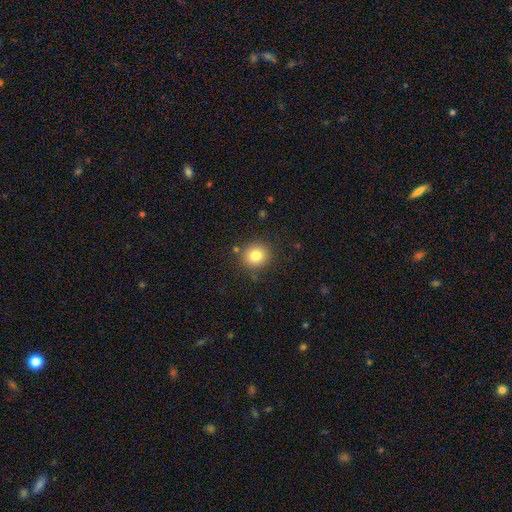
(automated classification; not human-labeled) A smooth galaxy with no disk features (81%) that is round (89%). Merging: none (86%).